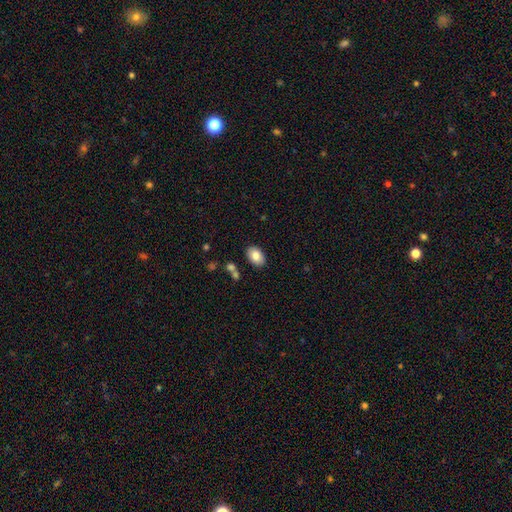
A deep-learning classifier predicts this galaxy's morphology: smooth 83%, featured or disk 10%, star or artifact 7%. Down the decision tree: how rounded — in between (86%); merging — none (85%).